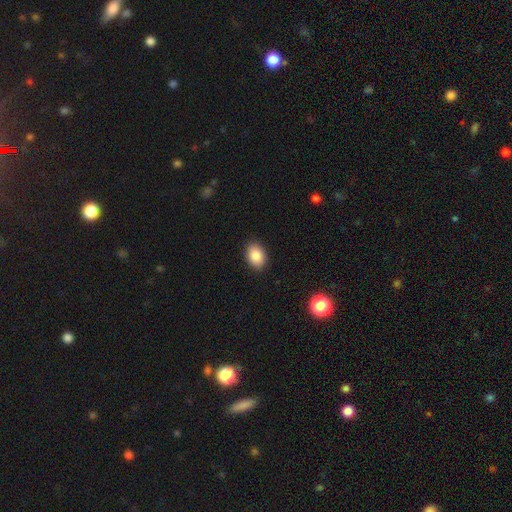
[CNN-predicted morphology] Smooth or featured: smooth — 87% (star or artifact — 8%)
How rounded: in between — 79% (round — 20%)
Merging: none — 90% (minor disturbance — 7%)